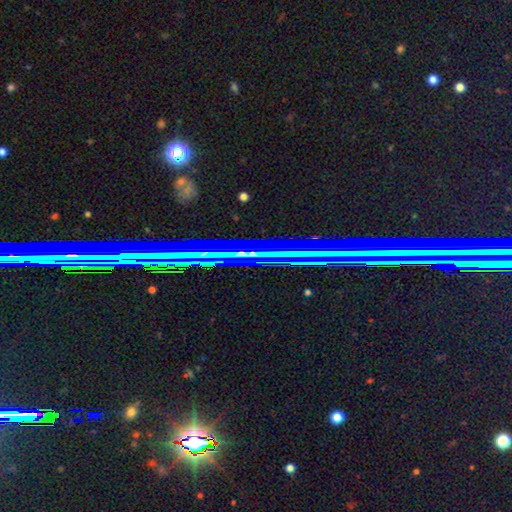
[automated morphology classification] The model was most divided on "smooth or featured": star or artifact: 78%, featured or disk: 12%, smooth: 10%.